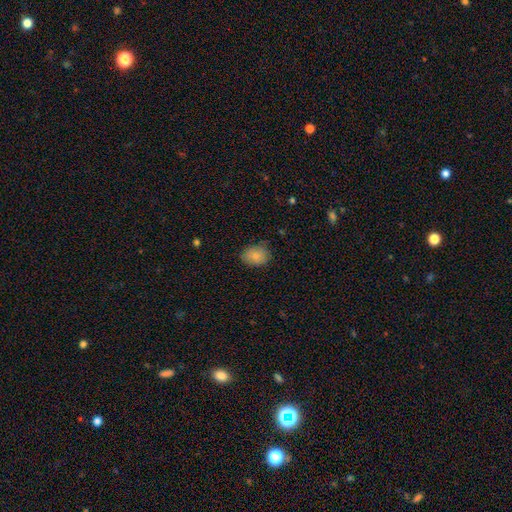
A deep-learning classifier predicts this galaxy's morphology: type=smooth (84%); roundness=in between (62%); merging=none (77%).